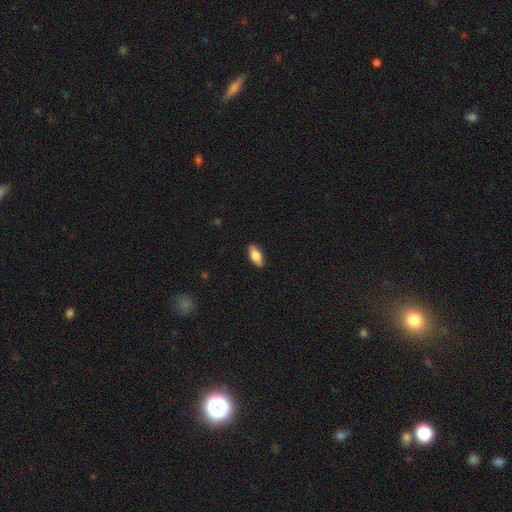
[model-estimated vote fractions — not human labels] Smooth or featured? Predicted: smooth (p=0.73). How rounded? Predicted: in between (p=0.80). Merging? Predicted: none (p=0.88).